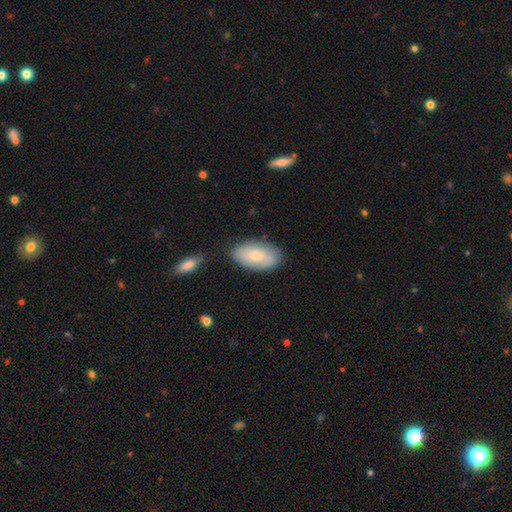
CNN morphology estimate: smooth 70%, featured or disk 24%, star or artifact 6%. Down the decision tree: how rounded — in between (94%); merging — none (78%).